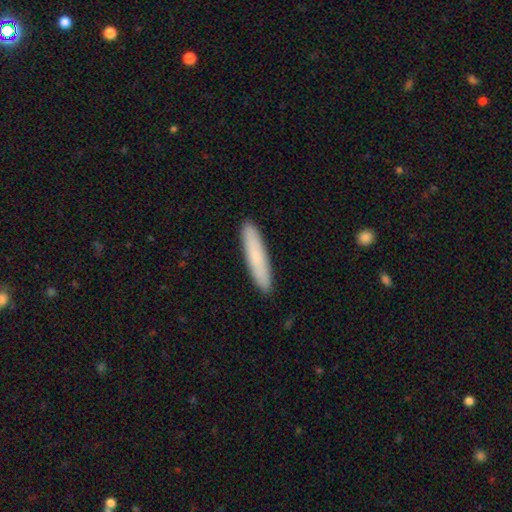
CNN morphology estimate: This is likely a smooth galaxy (77%). How rounded: clearly cigar-shaped (89%). Merging: clearly none (91%).